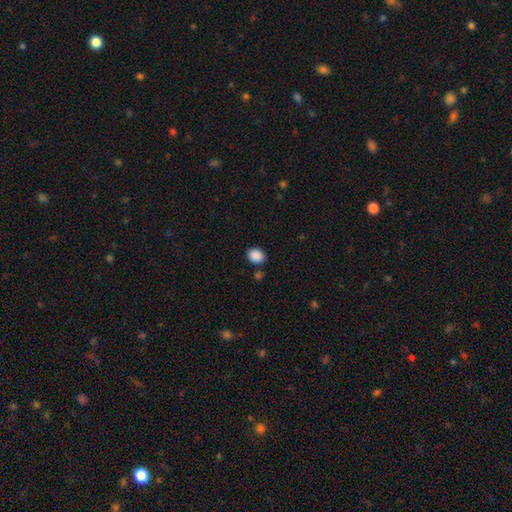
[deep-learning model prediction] Smooth or featured? Predicted: smooth (p=0.88). How rounded? Predicted: round (p=0.55). Merging? Predicted: none (p=0.83).